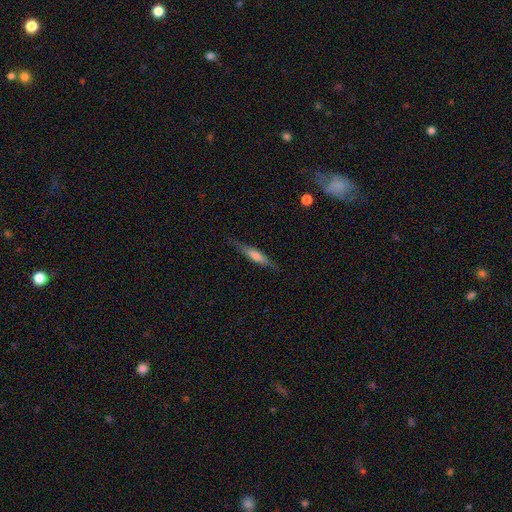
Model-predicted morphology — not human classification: Q: Smooth or featured?
A: smooth (50%); runner-up: featured or disk (44%)
Q: Merging?
A: none (82%); runner-up: minor disturbance (14%)